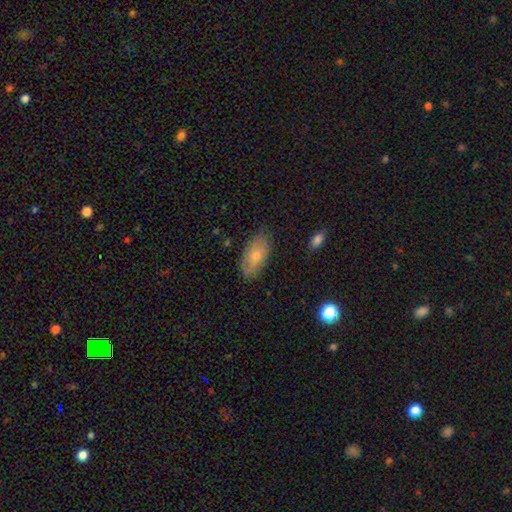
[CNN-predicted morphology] Q: Smooth or featured?
A: smooth (66%); runner-up: featured or disk (26%)
Q: How rounded?
A: in between (91%); runner-up: cigar-shaped (5%)
Q: Merging?
A: none (81%); runner-up: minor disturbance (15%)